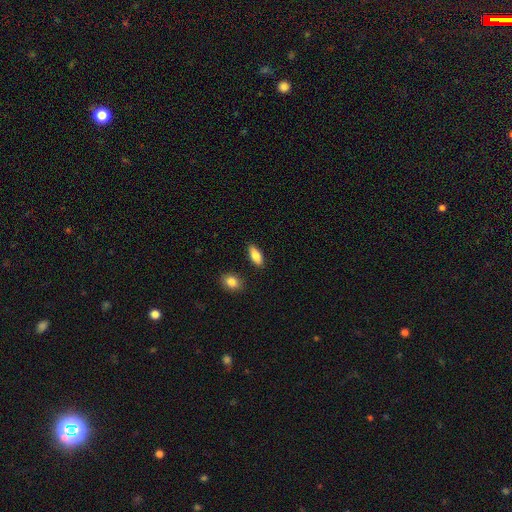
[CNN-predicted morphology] Smooth or featured? Predicted: smooth (p=0.83). How rounded? Predicted: in between (p=0.80). Merging? Predicted: none (p=0.85).